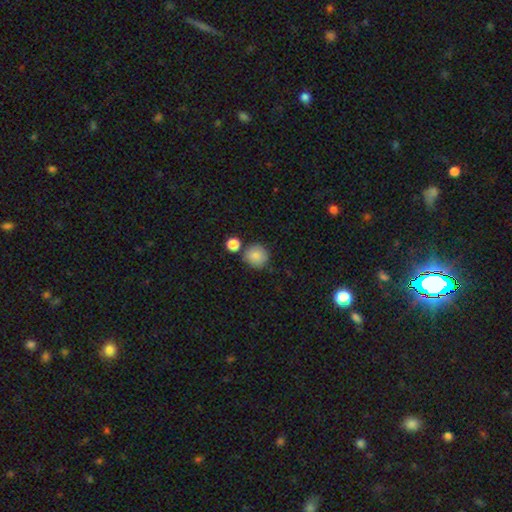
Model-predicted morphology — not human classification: A smooth galaxy with no disk features (84%) that is round (93%).

Vote fractions:
- Smooth or featured? smooth: 84% / star or artifact: 9% / featured or disk: 7%
- How rounded? round: 93% / in between: 6% / cigar-shaped: 1%
- Merging? none: 76% / merger: 11% / minor disturbance: 10% / major disturbance: 3%